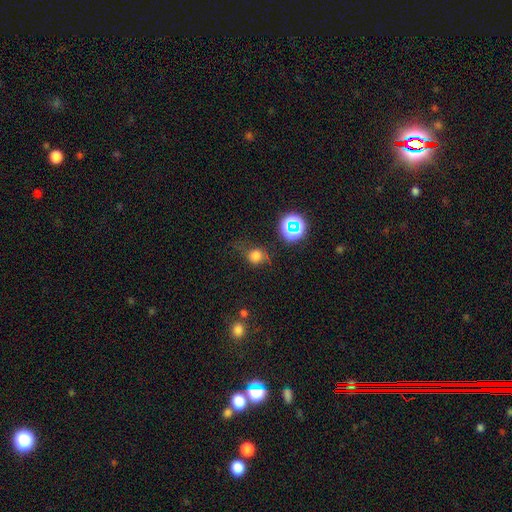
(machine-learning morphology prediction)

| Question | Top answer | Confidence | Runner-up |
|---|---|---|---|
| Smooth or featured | smooth | 73% | star or artifact (19%) |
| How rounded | round | 82% | in between (17%) |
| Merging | none | 62% | minor disturbance (22%) |